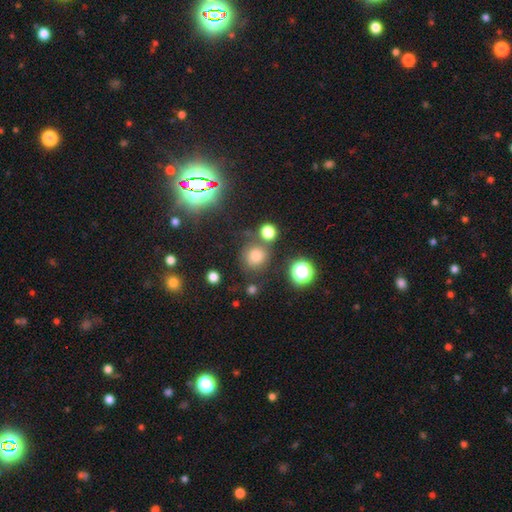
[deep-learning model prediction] The model was most divided on "smooth or featured": smooth: 61%, star or artifact: 30%, featured or disk: 9%. More confident: how rounded — round (87%); merging — none (76%).